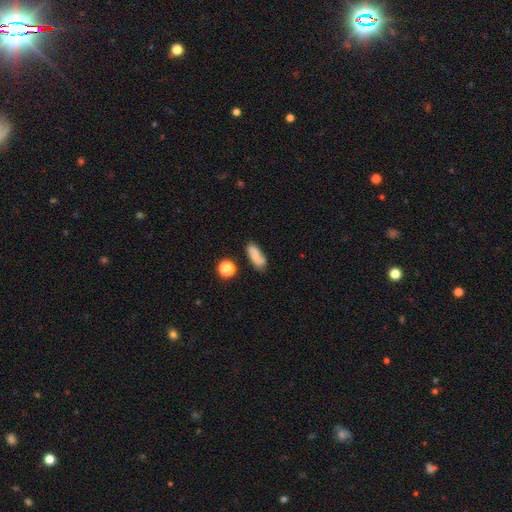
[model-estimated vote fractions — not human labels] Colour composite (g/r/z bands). It shows a smooth galaxy with no disk features (70%) that is in between round and cigar-shaped (75%). Merging: none (71%).